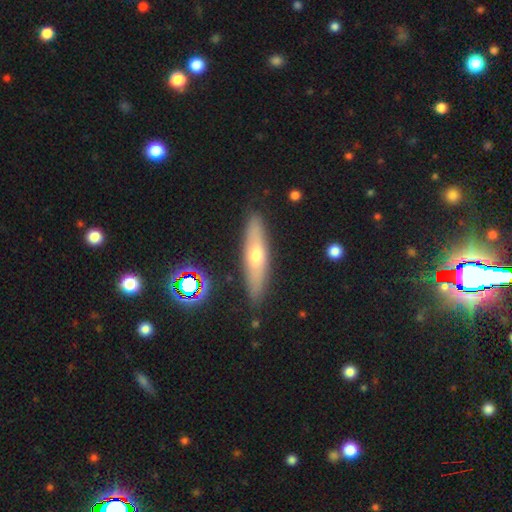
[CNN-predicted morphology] A smooth galaxy with no disk features (48%). Merging: none (88%).